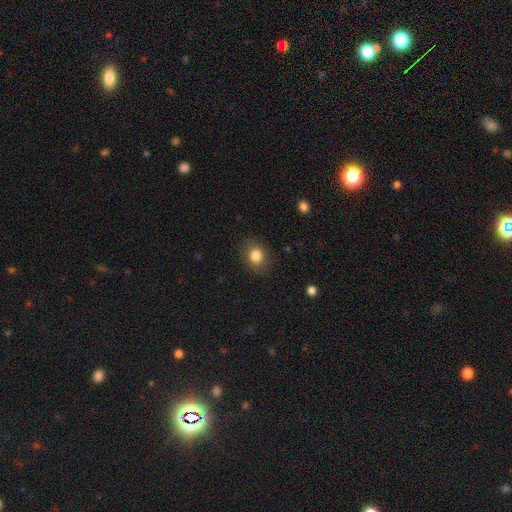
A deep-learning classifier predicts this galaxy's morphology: smooth-or-featured: smooth: 83% | star or artifact: 10% | featured or disk: 6%
  how-rounded: round: 57% | in between: 42% | cigar-shaped: 1%
  merging: none: 84% | minor disturbance: 11% | major disturbance: 4% | merger: 1%